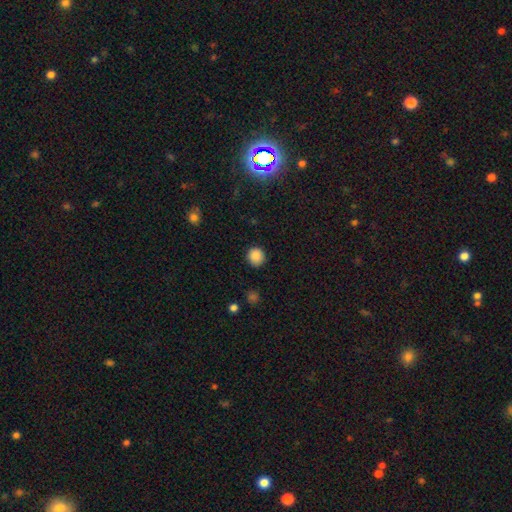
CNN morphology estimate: Overall: smooth (87%). How rounded: round (91%). Merging: none (89%).